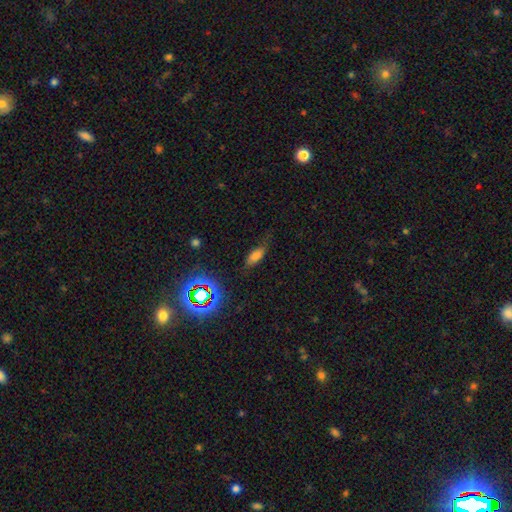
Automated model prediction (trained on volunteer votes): Smooth or featured? Predicted: smooth (p=0.68). How rounded? Predicted: in between (p=0.76). Merging? Predicted: none (p=0.66).